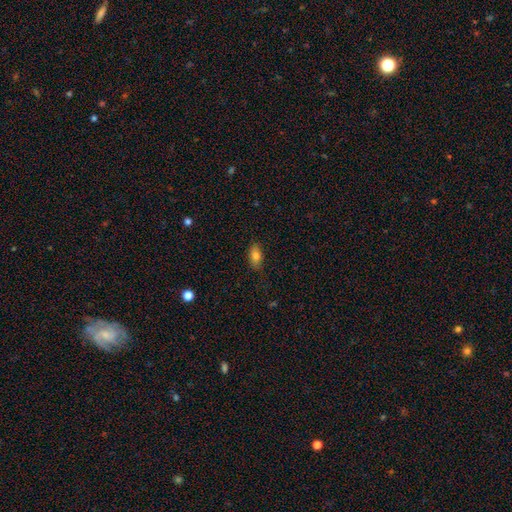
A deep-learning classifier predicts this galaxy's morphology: smooth_or_featured: smooth (p=0.80) [alt: featured or disk p=0.11]
how_rounded: in between (p=0.88) [alt: round p=0.07]
merging: none (p=0.83) [alt: minor disturbance p=0.13]